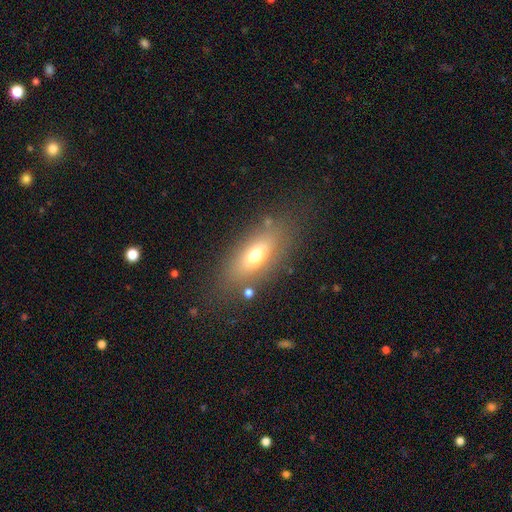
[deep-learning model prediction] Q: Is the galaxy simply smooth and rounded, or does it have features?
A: smooth — 63%.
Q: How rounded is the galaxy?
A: in between — 74%.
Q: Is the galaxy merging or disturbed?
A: none — 77%.